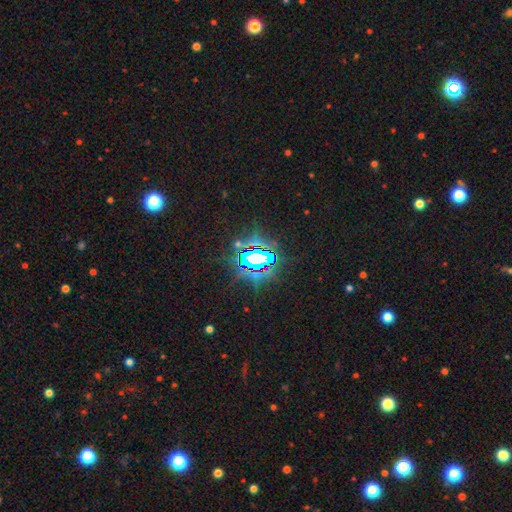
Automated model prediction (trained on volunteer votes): Overall: star or artifact (76%).